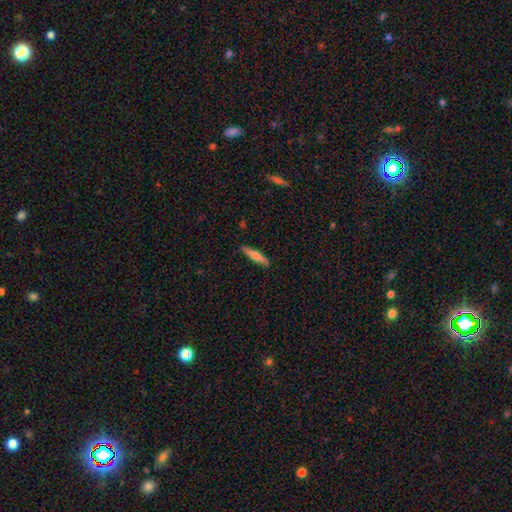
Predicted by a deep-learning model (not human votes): Overall: smooth (62%; featured or disk 33%). How rounded: cigar-shaped (85%). Merging: none (88%).